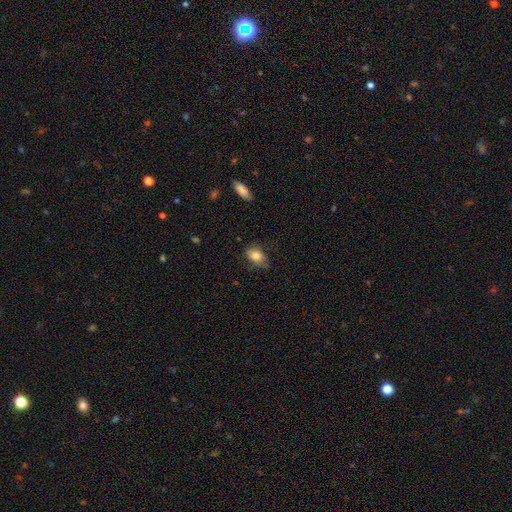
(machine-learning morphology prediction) A smooth galaxy with no disk features (81%) that is in between round and cigar-shaped (84%).

Vote fractions:
- Smooth or featured? smooth: 81% / featured or disk: 11% / star or artifact: 8%
- How rounded? in between: 84% / round: 14% / cigar-shaped: 2%
- Merging? none: 64% / minor disturbance: 28% / major disturbance: 7% / merger: 2%